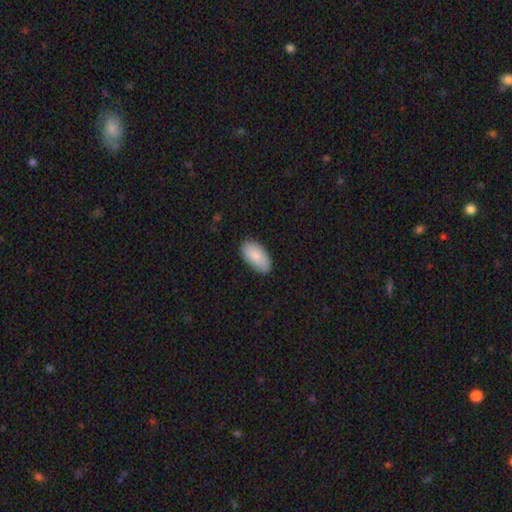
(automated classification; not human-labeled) Smooth or featured: smooth — 88% (featured or disk — 6%)
How rounded: in between — 95% (cigar-shaped — 3%)
Merging: none — 86% (minor disturbance — 11%)